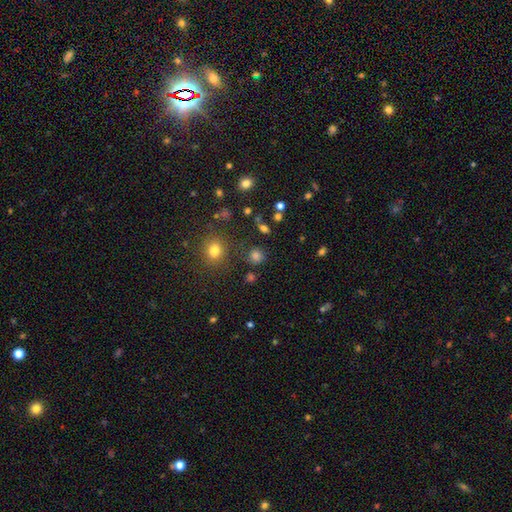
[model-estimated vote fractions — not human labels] Overall: smooth (78%). How rounded: round (84%). Merging: none (79%).